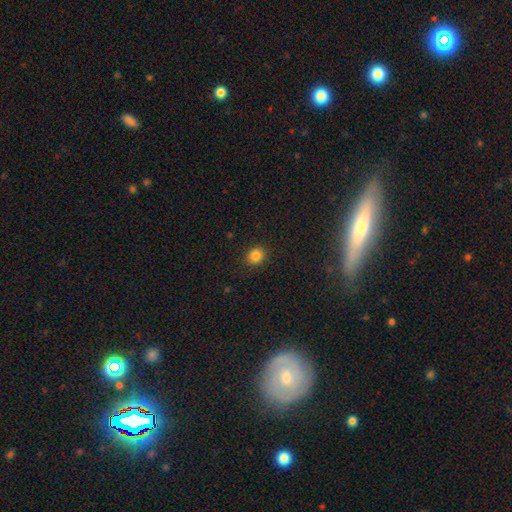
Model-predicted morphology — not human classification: smooth-or-featured: smooth: 84% | star or artifact: 11% | featured or disk: 4%
  how-rounded: round: 77% | in between: 22% | cigar-shaped: 1%
  merging: none: 90% | minor disturbance: 7% | major disturbance: 2% | merger: 1%